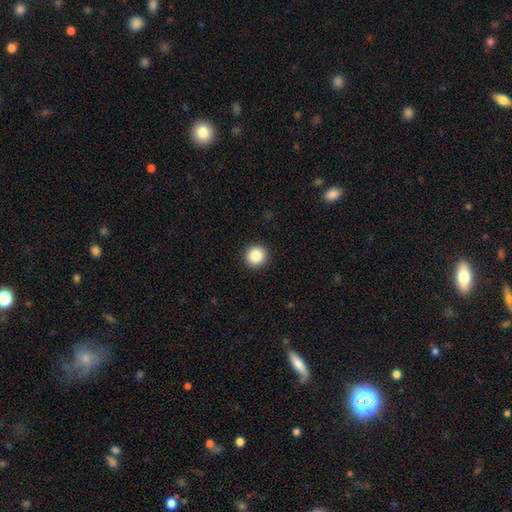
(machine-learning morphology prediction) smooth 86%, star or artifact 9%, featured or disk 4%. Down the decision tree: how rounded — round (96%); merging — none (93%).